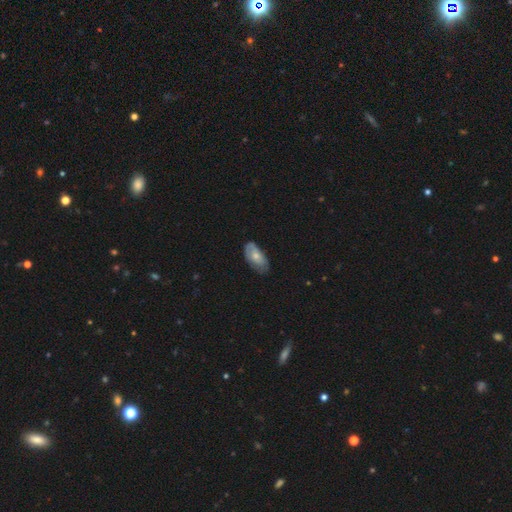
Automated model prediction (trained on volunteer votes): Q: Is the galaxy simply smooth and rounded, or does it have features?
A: smooth — 52%.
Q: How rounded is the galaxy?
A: in between — 92%.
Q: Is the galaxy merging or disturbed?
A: none — 65%.